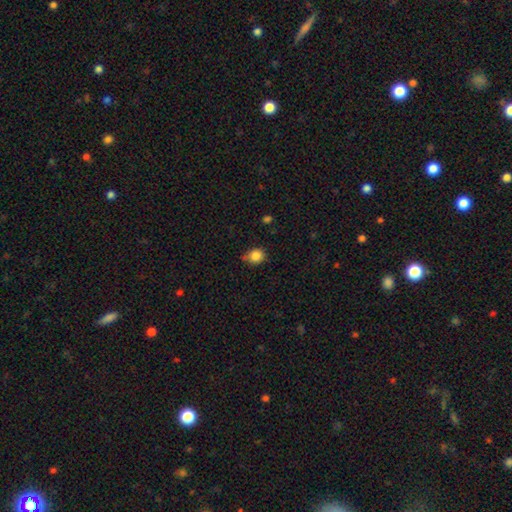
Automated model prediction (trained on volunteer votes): The model was most divided on "merging": none: 68%, minor disturbance: 23%, merger: 5%, major disturbance: 4%. More confident: smooth or featured — smooth (84%); how rounded — round (78%).